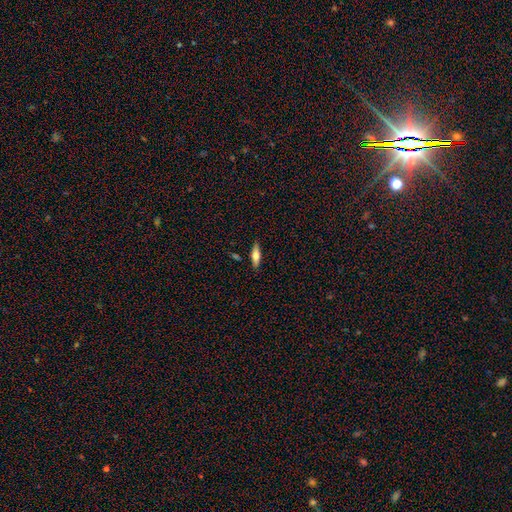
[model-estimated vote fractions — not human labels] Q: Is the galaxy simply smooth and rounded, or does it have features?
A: smooth — 63%.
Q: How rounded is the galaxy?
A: in between — 54%.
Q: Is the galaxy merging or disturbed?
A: none — 86%.